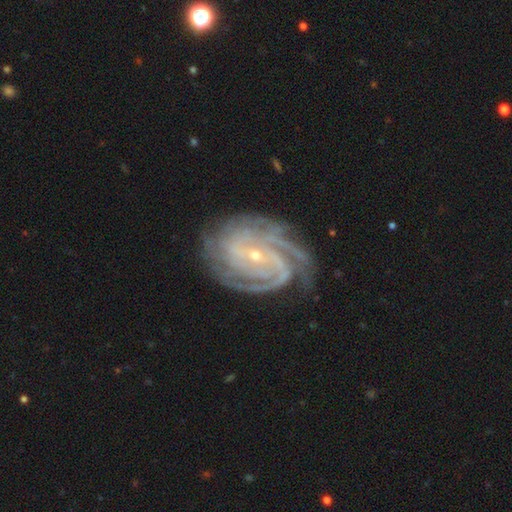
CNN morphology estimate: smooth-or-featured: featured or disk: 91% | star or artifact: 5% | smooth: 4%
  disk-edge-on: no: 97% | yes: 3%
    bar: no: 40% | weak: 38% | strong: 23%
    has-spiral-arms: yes: 98% | no: 2%
      spiral-winding: tight: 73% | medium: 24% | loose: 3%
      spiral-arm-count: 3: 27% | 4: 25% | 2: 16% | can't tell: 15% | more than 4: 9% | 1: 8%
    bulge-size: small: 83% | moderate: 14% | none: 1% | large: 1% | dominant: 1%
  merging: none: 75% | minor disturbance: 17% | major disturbance: 6% | merger: 1%